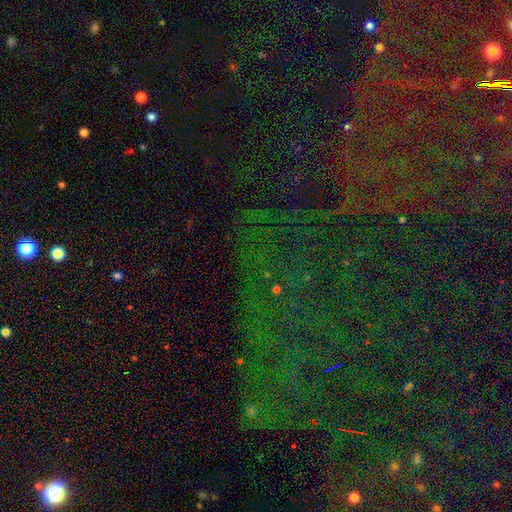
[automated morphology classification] Overall: star or artifact (79%).